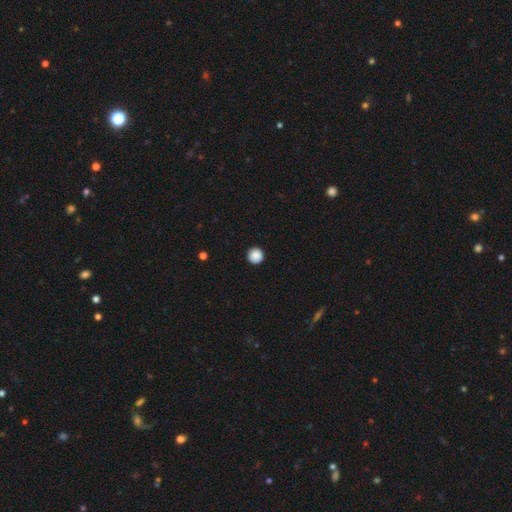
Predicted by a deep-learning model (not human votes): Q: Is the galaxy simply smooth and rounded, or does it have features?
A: smooth — 89%.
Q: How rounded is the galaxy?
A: round — 96%.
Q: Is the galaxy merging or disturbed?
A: none — 92%.